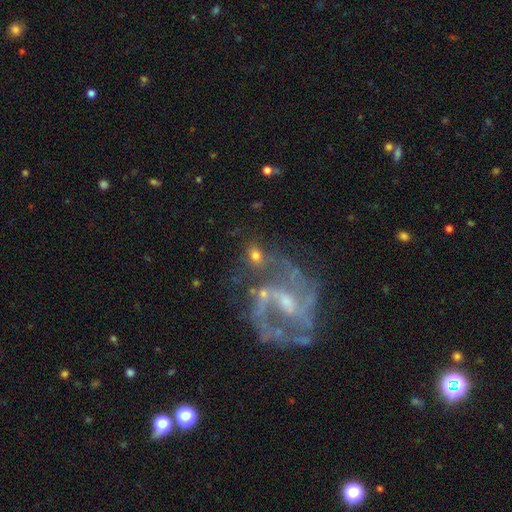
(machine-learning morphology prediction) smooth-or-featured: smooth: 50% | featured or disk: 35% | star or artifact: 15%
  merging: none: 53% | merger: 19% | minor disturbance: 15% | major disturbance: 14%